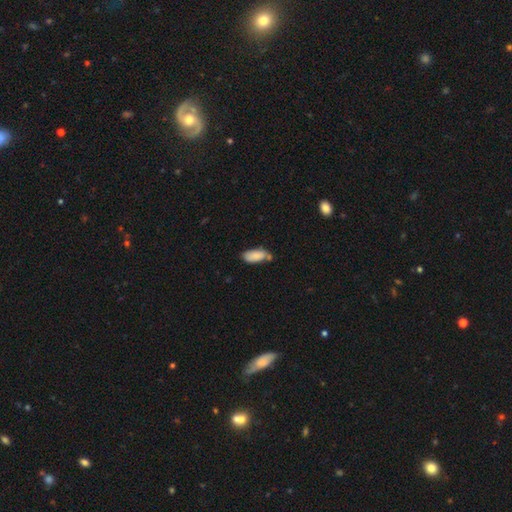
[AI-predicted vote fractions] A smooth galaxy with no disk features (84%) that is in between round and cigar-shaped (87%). Merging: none (56%).